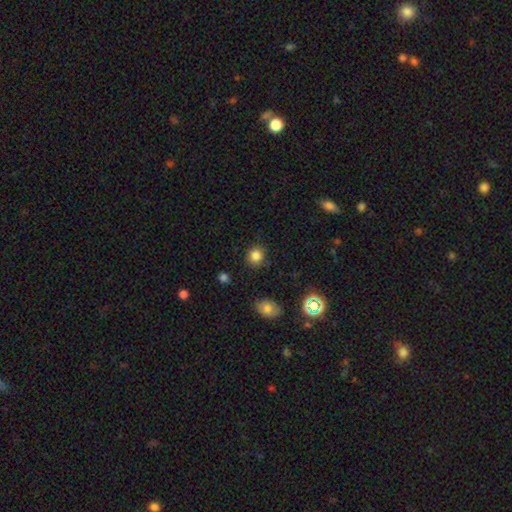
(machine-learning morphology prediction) Smooth or featured: smooth — 83% (star or artifact — 13%)
How rounded: round — 83% (in between — 16%)
Merging: none — 86% (minor disturbance — 9%)